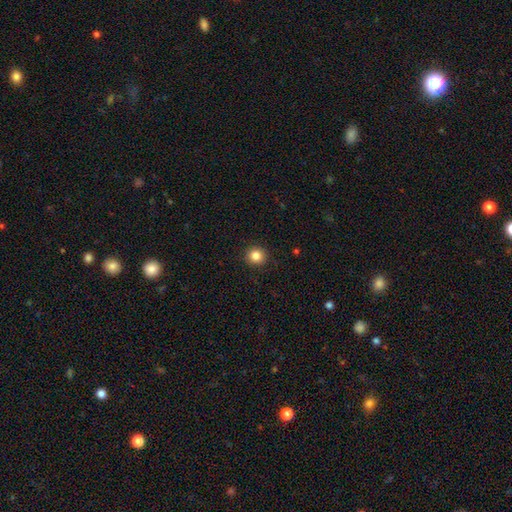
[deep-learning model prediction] smooth_or_featured: smooth (p=0.84) [alt: star or artifact p=0.11]
how_rounded: round (p=0.93) [alt: in between p=0.06]
merging: none (p=0.92) [alt: minor disturbance p=0.05]